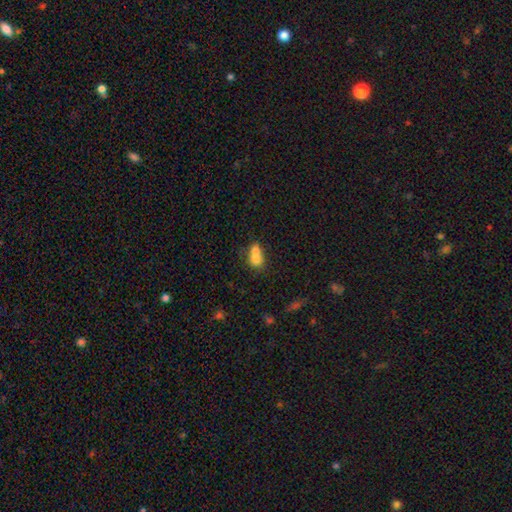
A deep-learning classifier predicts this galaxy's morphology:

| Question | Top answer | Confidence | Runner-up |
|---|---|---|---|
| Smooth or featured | smooth | 70% | featured or disk (19%) |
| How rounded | in between | 55% | round (41%) |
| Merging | merger | 66% | none (22%) |